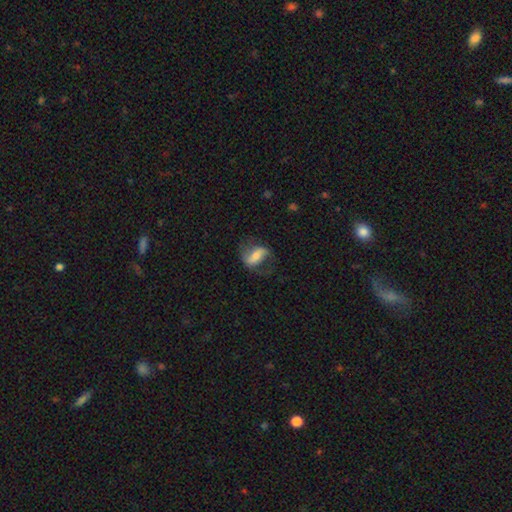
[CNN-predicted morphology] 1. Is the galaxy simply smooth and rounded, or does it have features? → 62% featured or disk, 31% smooth, 8% star or artifact.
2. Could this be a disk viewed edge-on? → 93% no, 7% yes.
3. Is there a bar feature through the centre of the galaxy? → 48% strong, 30% weak, 22% no.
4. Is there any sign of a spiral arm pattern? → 82% yes, 18% no.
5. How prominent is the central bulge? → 45% moderate, 40% small, 8% large, 5% none, 2% dominant.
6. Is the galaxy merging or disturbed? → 63% none, 20% minor disturbance, 15% major disturbance, 2% merger.